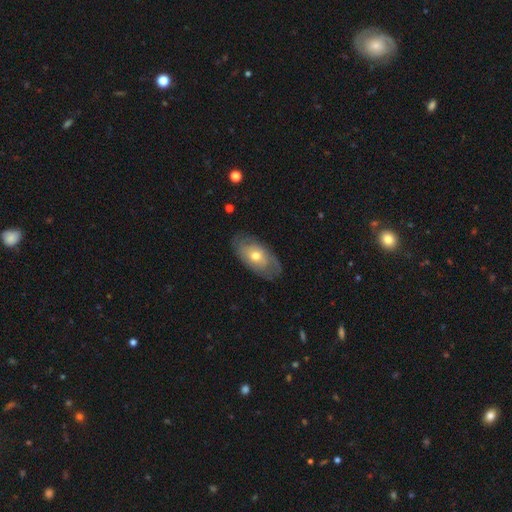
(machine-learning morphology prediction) This is possibly a featured or disk galaxy (48%). Merging: likely none (76%).